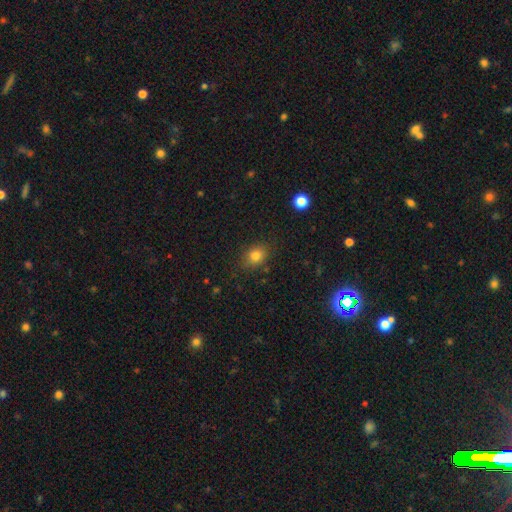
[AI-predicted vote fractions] Smooth or featured? Predicted: smooth (p=0.80). How rounded? Predicted: in between (p=0.55). Merging? Predicted: none (p=0.81).